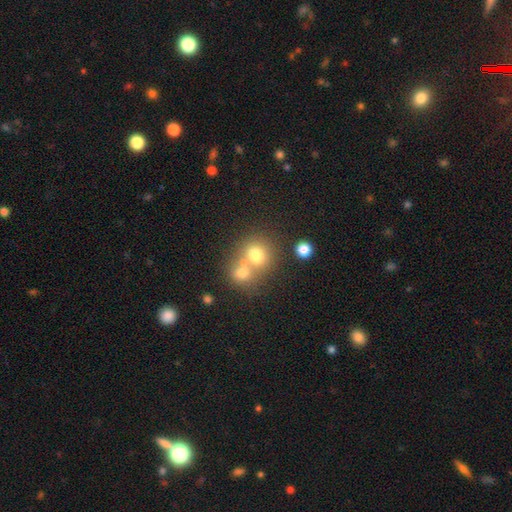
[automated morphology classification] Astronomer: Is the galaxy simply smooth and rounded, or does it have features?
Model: smooth — 71%.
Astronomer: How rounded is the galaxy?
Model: round — 82%.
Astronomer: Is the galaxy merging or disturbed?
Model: merger — 48% (runner-up: none, 42%).